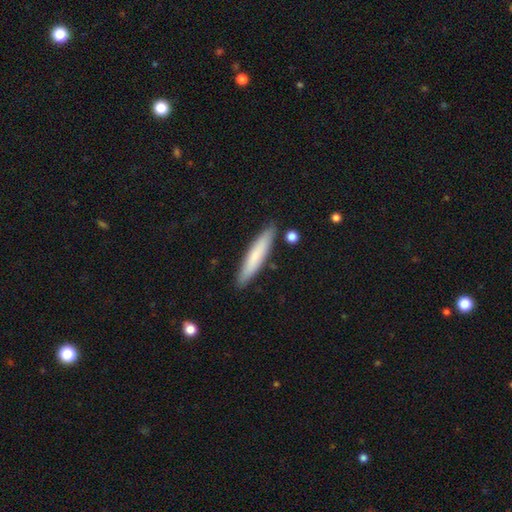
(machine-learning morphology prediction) smooth-or-featured: smooth: 74% | featured or disk: 21% | star or artifact: 5%
  how-rounded: cigar-shaped: 90% | in between: 9% | round: 1%
  merging: none: 88% | minor disturbance: 8% | merger: 2% | major disturbance: 2%